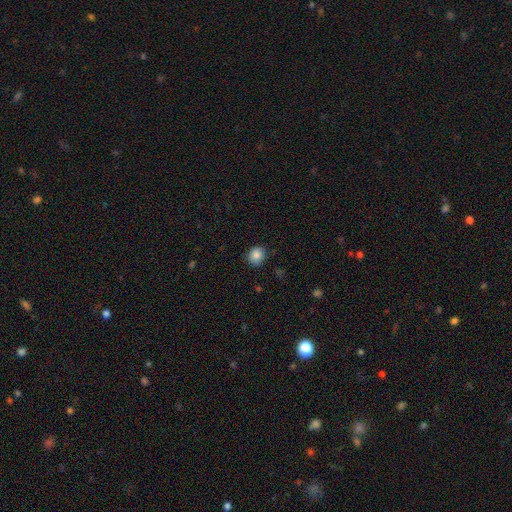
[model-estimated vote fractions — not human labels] A smooth galaxy with no disk features (86%) that is round (83%).

Vote fractions:
- Smooth or featured? smooth: 86% / star or artifact: 9% / featured or disk: 5%
- How rounded? round: 83% / in between: 16% / cigar-shaped: 1%
- Merging? none: 88% / minor disturbance: 9% / major disturbance: 2% / merger: 1%